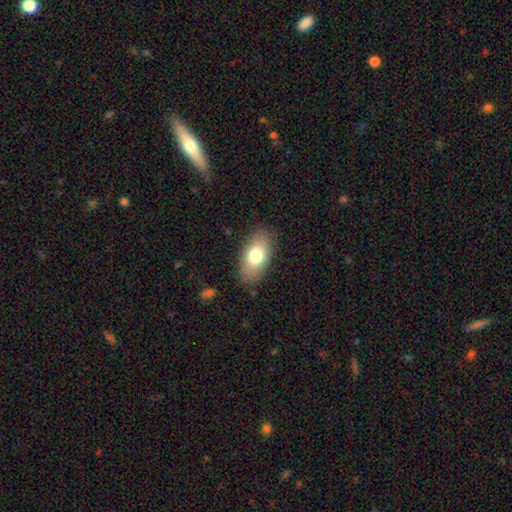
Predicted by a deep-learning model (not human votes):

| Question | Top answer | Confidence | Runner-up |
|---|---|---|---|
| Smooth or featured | smooth | 75% | featured or disk (18%) |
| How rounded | in between | 92% | round (4%) |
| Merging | none | 84% | minor disturbance (12%) |